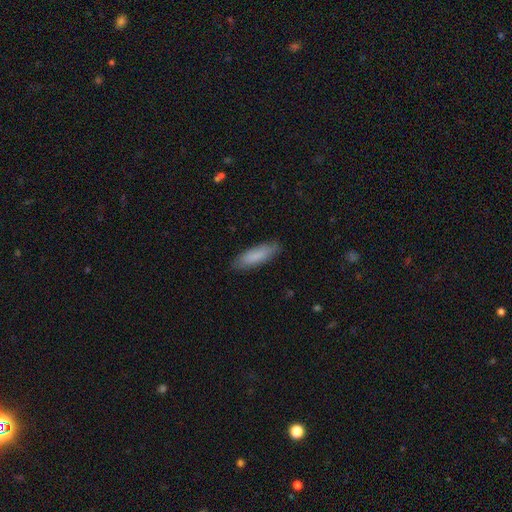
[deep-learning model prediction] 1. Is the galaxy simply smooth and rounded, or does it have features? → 85% smooth, 9% featured or disk, 6% star or artifact.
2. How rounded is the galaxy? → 54% cigar-shaped, 45% in between, 1% round.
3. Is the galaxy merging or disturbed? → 85% none, 12% minor disturbance, 2% major disturbance, 1% merger.